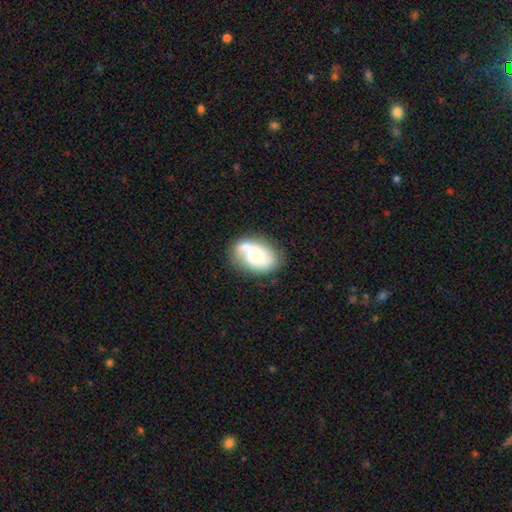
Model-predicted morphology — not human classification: This is possibly a featured or disk galaxy (53%). It is clearly not viewed edge-on (96%). Bar: likely no (69%). Spiral arm pattern: likely yes (75%). Central bulge: possibly moderate (51%). Merging: possibly none (54%).